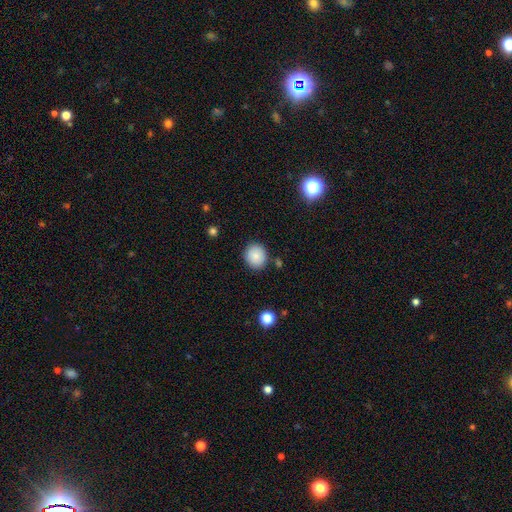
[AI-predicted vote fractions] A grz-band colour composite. It shows a smooth galaxy with no disk features (85%) that is round (81%). Merging: none (87%).